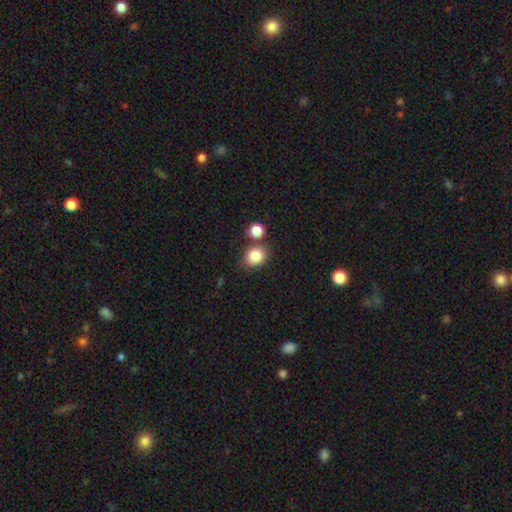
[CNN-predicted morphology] Smooth or featured? Predicted: smooth (p=0.84). How rounded? Predicted: round (p=0.58). Merging? Predicted: none (p=0.67).